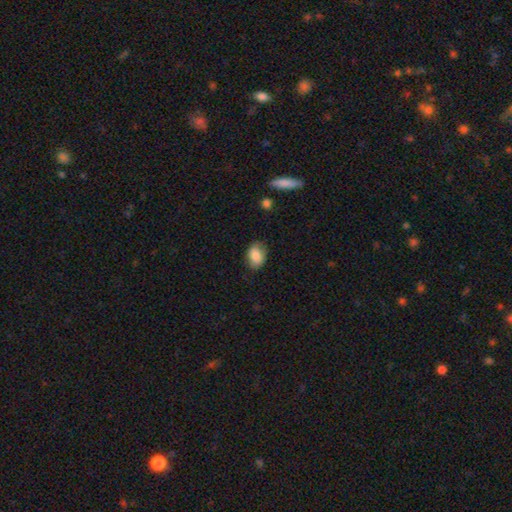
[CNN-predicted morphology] Smooth or featured? smooth (84%)
How rounded? in between (78%)
Merging? none (74%)